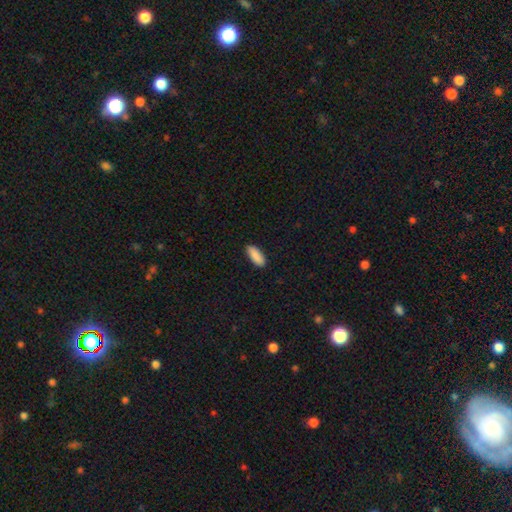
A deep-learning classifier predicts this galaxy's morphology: Q: Smooth or featured?
A: smooth (90%); runner-up: star or artifact (6%)
Q: How rounded?
A: in between (78%); runner-up: cigar-shaped (21%)
Q: Merging?
A: none (89%); runner-up: minor disturbance (8%)